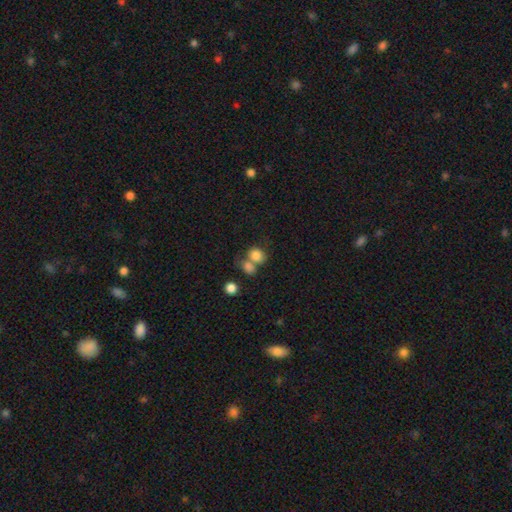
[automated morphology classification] A smooth galaxy with no disk features (81%) that is round (59%).

Vote fractions:
- Smooth or featured? smooth: 81% / star or artifact: 10% / featured or disk: 9%
- How rounded? round: 59% / in between: 40% / cigar-shaped: 1%
- Merging? merger: 50% / none: 36% / minor disturbance: 9% / major disturbance: 5%